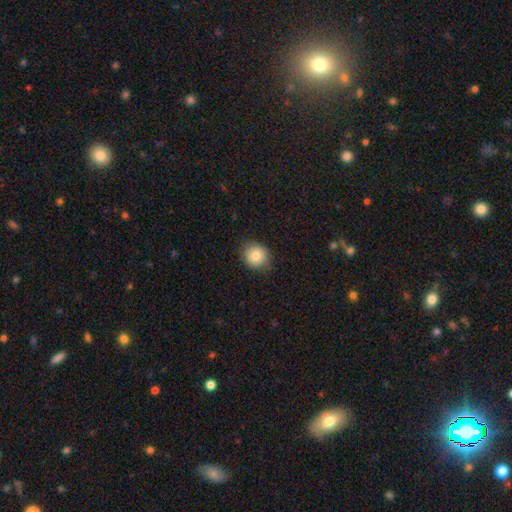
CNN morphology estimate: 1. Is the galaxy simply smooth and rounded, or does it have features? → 82% smooth, 9% star or artifact, 8% featured or disk.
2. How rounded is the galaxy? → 80% round, 19% in between, 1% cigar-shaped.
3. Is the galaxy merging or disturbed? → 84% none, 12% minor disturbance, 3% major disturbance, 1% merger.